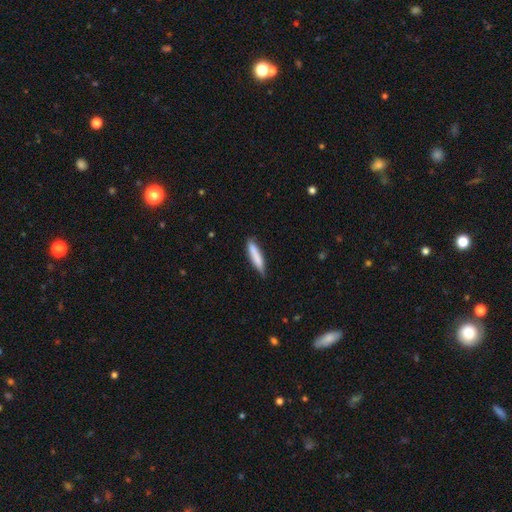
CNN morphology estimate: A smooth galaxy with no disk features (80%) that is cigar-shaped (86%). Merging: none (76%).